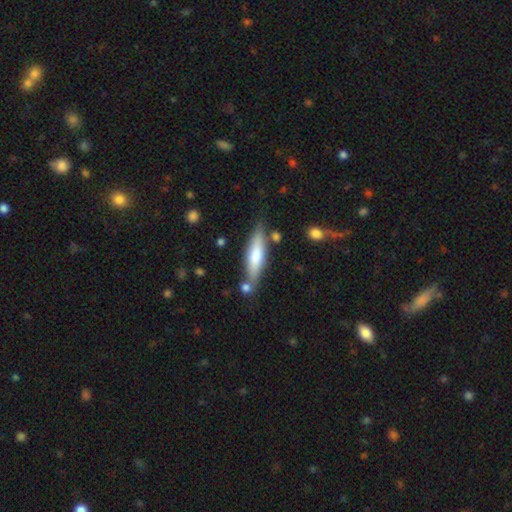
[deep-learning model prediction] This appears to be a smooth galaxy with no disk features (65%) that is cigar-shaped (69%). Merging: none (71%).